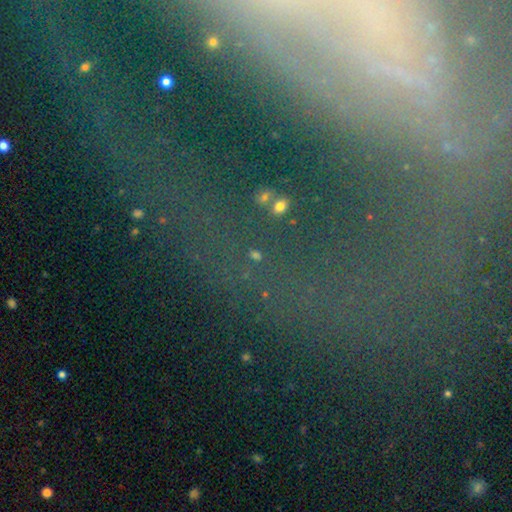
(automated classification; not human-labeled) A star or artifact, not a galaxy (71%).